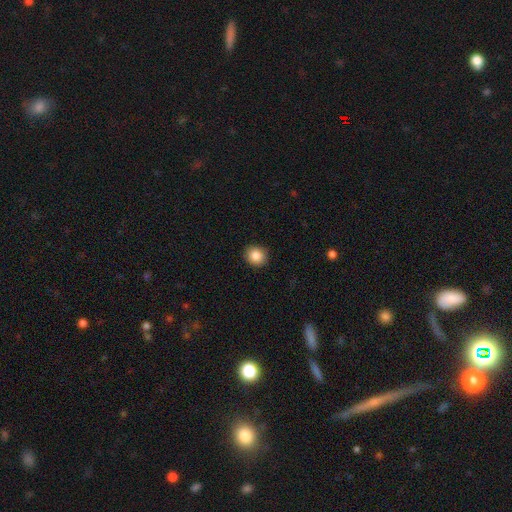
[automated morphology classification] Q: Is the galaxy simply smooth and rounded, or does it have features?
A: smooth — 86%.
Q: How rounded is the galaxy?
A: round — 84%.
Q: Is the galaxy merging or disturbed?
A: none — 91%.